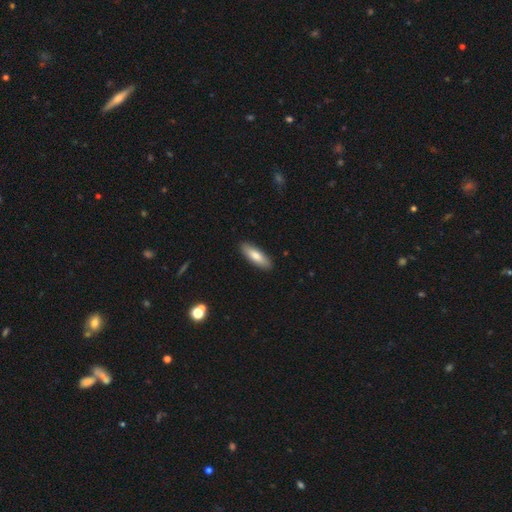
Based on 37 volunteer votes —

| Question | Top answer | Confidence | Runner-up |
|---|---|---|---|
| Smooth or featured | smooth | 65% | featured or disk (32%) |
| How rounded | cigar-shaped | 54% | in between (46%) |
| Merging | none | 92% | minor disturbance (8%) |